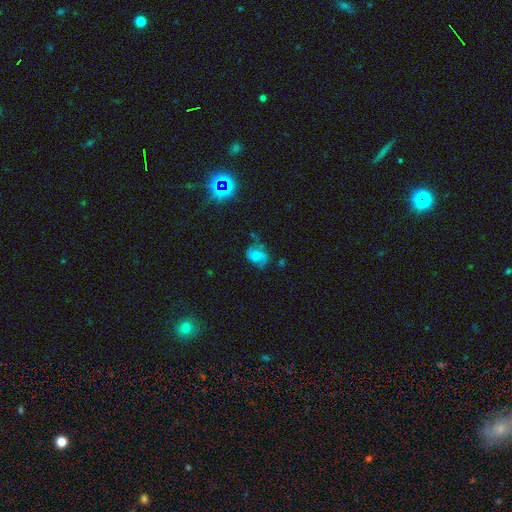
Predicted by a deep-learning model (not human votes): Overall: smooth (45%; featured or disk 43%). Merging: none (48%; minor disturbance 30%).